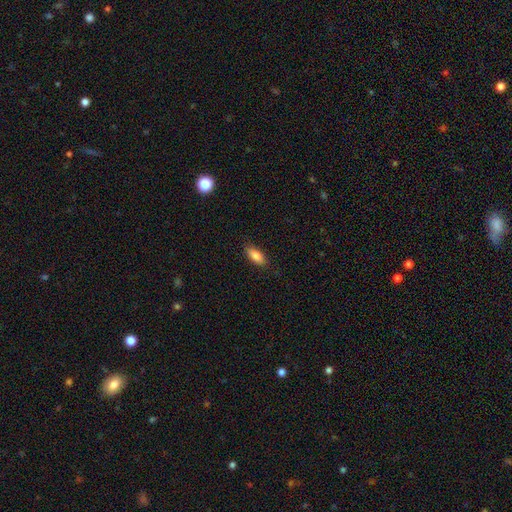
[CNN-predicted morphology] Overall: smooth (85%). How rounded: in between (83%). Merging: none (86%).